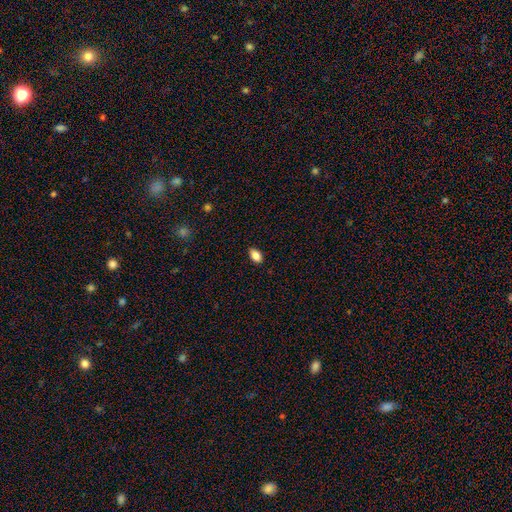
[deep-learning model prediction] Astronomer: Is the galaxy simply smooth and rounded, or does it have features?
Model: smooth — 86%.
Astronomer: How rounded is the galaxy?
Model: in between — 90%.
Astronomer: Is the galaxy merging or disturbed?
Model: none — 87%.